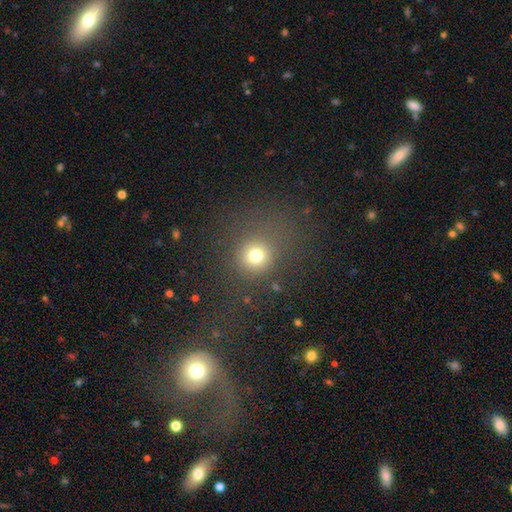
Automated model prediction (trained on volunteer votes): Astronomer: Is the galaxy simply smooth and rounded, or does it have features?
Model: smooth — 76%.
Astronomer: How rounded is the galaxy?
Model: round — 86%.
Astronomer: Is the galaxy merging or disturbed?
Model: none — 74%.